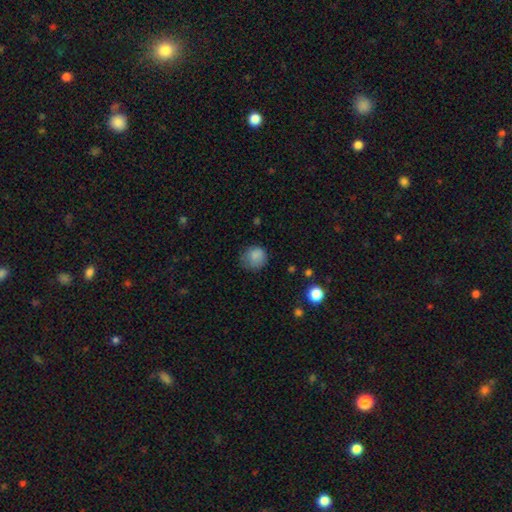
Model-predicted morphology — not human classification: A smooth galaxy with no disk features (83%) that is round (81%). Merging: none (60%).